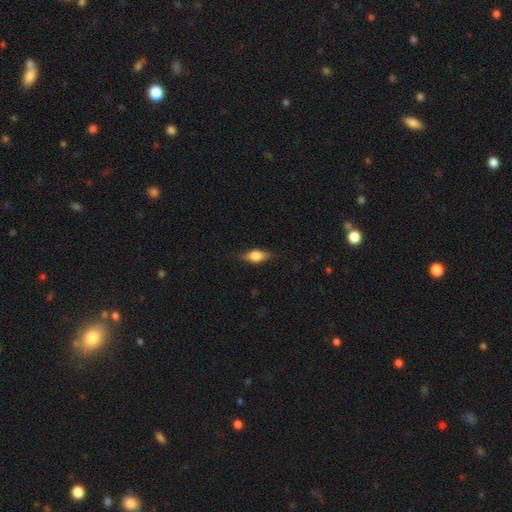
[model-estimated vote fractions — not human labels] The model was most divided on "smooth or featured": smooth: 67%, featured or disk: 26%, star or artifact: 8%. More confident: merging — none (83%); how rounded — in between (78%).